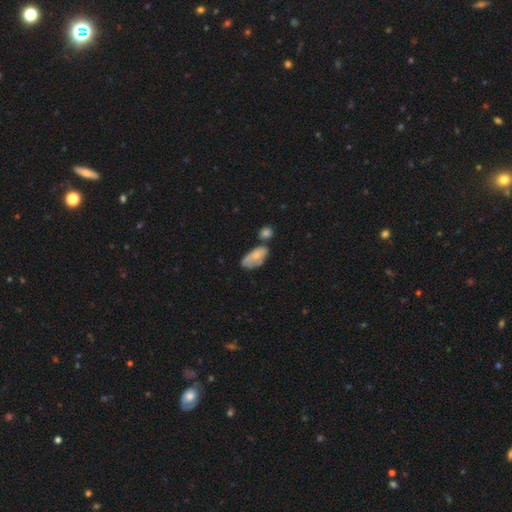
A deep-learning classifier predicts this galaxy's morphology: Overall: smooth (65%; featured or disk 27%). How rounded: in between (90%). Merging: none (36%; minor disturbance 29%).